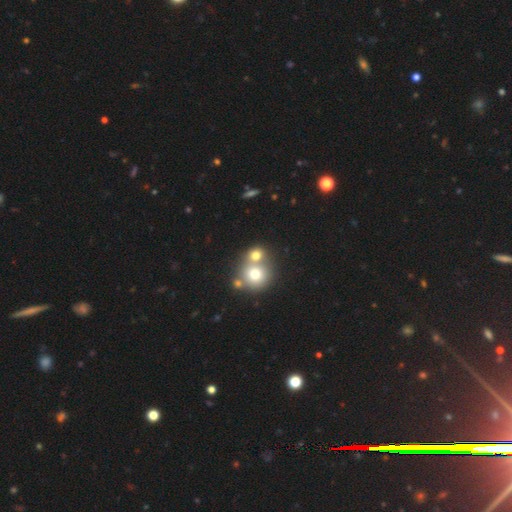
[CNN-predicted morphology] Smooth or featured?
  - smooth: 72% *
  - featured or disk: 16%
  - star or artifact: 13%
How rounded?
  - round: 82% *
  - in between: 17%
  - cigar-shaped: 1%
Merging?
  - merger: 55% *
  - none: 36%
  - minor disturbance: 6%
  - major disturbance: 3%